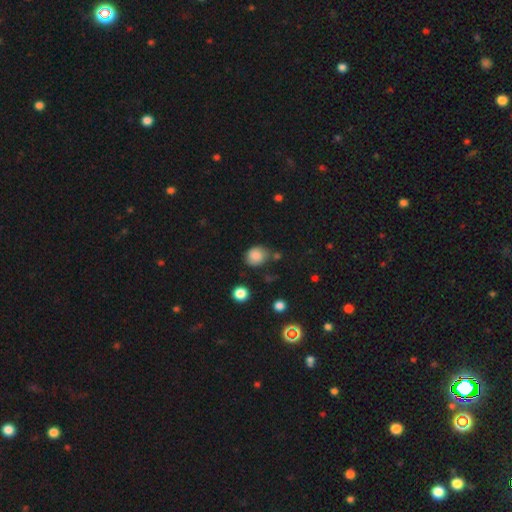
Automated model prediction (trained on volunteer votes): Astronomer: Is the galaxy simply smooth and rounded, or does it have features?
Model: smooth — 82%.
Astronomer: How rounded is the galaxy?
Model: round — 67%.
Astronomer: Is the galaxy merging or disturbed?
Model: none — 69%.